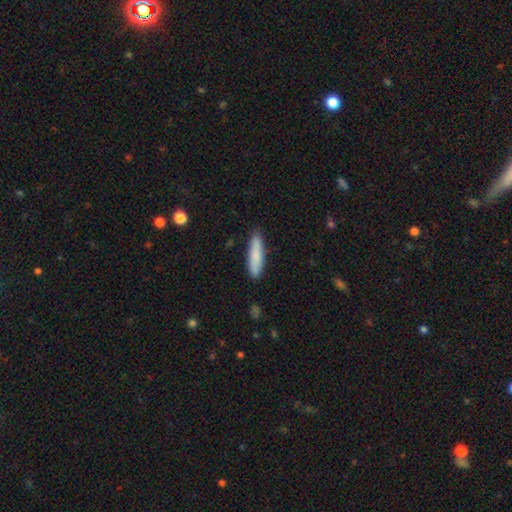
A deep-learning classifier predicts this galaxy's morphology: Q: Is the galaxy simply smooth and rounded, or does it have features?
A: smooth — 81%.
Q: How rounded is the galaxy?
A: cigar-shaped — 79%.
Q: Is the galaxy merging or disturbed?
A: none — 86%.